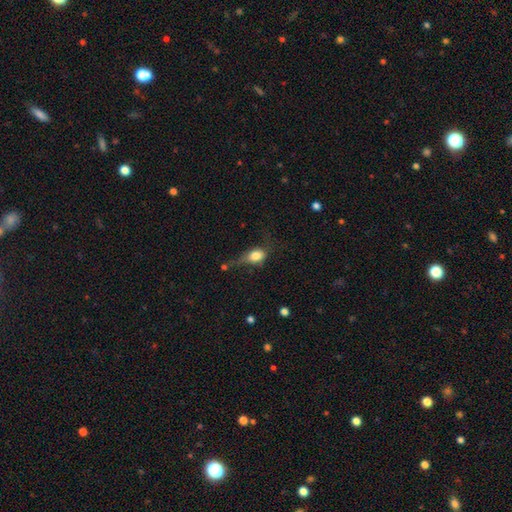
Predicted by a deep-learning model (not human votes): Smooth or featured?
  - smooth: 73% *
  - featured or disk: 18%
  - star or artifact: 9%
How rounded?
  - in between: 64% *
  - round: 30%
  - cigar-shaped: 6%
Merging?
  - major disturbance: 33% *
  - none: 31%
  - minor disturbance: 30%
  - merger: 6%